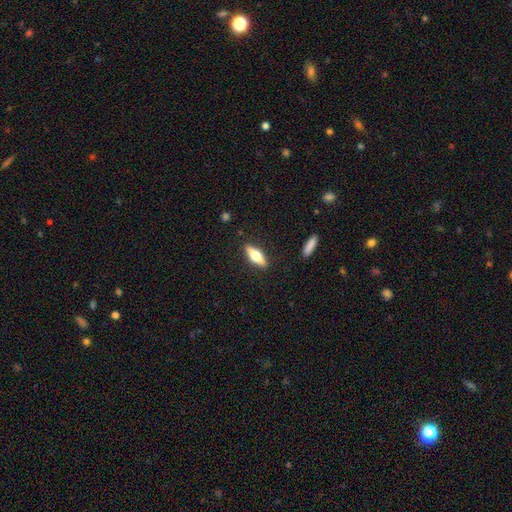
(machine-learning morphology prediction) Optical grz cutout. It shows a smooth galaxy with no disk features (53%) that is in between round and cigar-shaped (50%). Merging: none (88%).